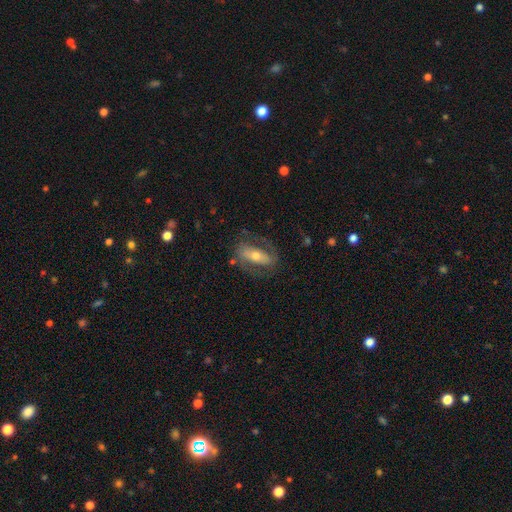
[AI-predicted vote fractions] smooth-or-featured: featured or disk: 66% | smooth: 27% | star or artifact: 7%
  disk-edge-on: no: 86% | yes: 14%
    bar: strong: 49% | no: 28% | weak: 23%
    has-spiral-arms: yes: 67% | no: 33%
    bulge-size: moderate: 53% | small: 38% | large: 6% | none: 2% | dominant: 1%
  merging: none: 71% | minor disturbance: 16% | major disturbance: 12% | merger: 2%